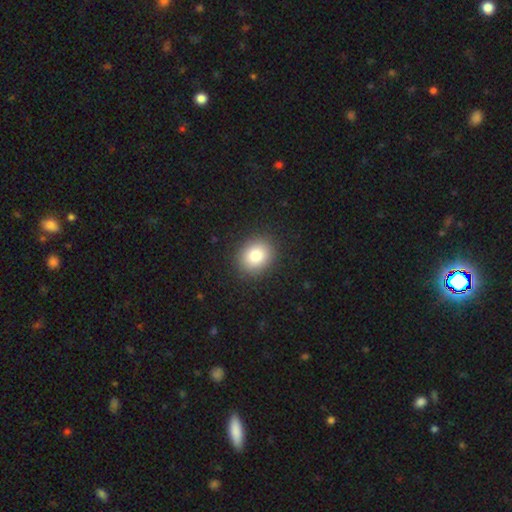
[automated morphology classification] This is clearly a smooth galaxy (82%). How rounded: likely round (63%). Merging: clearly none (89%).